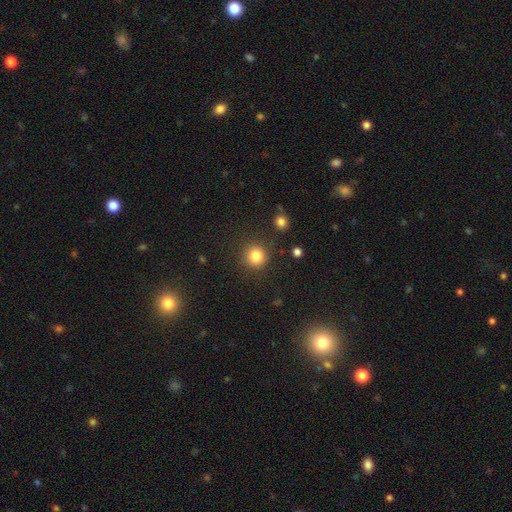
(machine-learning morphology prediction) This is clearly a smooth galaxy (83%). How rounded: clearly round (93%). Merging: clearly none (88%).